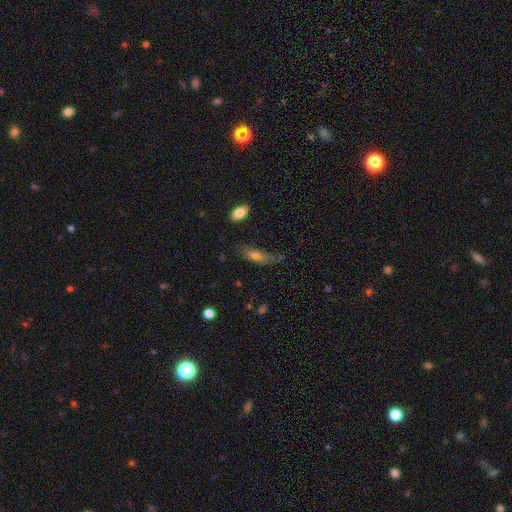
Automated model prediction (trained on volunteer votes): A smooth galaxy with no disk features (68%) that is in between round and cigar-shaped (57%).

Vote fractions:
- Smooth or featured? smooth: 68% / featured or disk: 22% / star or artifact: 9%
- How rounded? in between: 57% / cigar-shaped: 40% / round: 3%
- Merging? none: 52% / minor disturbance: 31% / major disturbance: 13% / merger: 4%